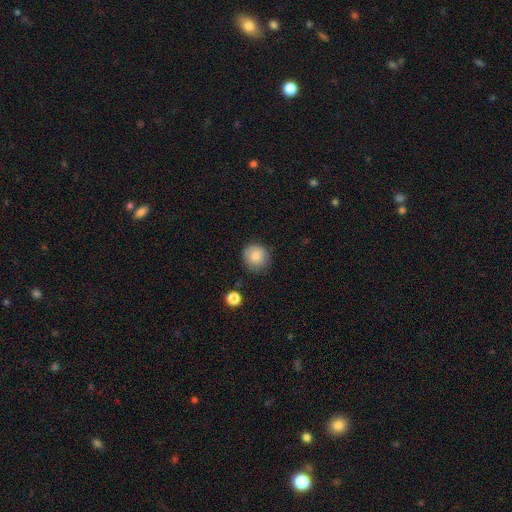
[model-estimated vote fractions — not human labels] Smooth or featured: smooth — 84% (star or artifact — 9%)
How rounded: round — 92% (in between — 7%)
Merging: none — 84% (minor disturbance — 12%)